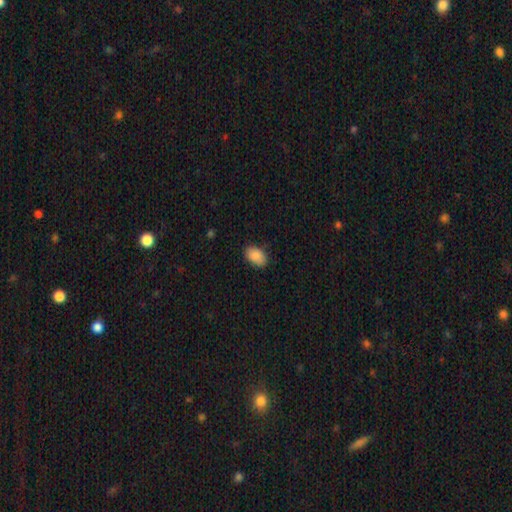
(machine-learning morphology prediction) Overall: smooth (88%). How rounded: in between (87%). Merging: none (84%).